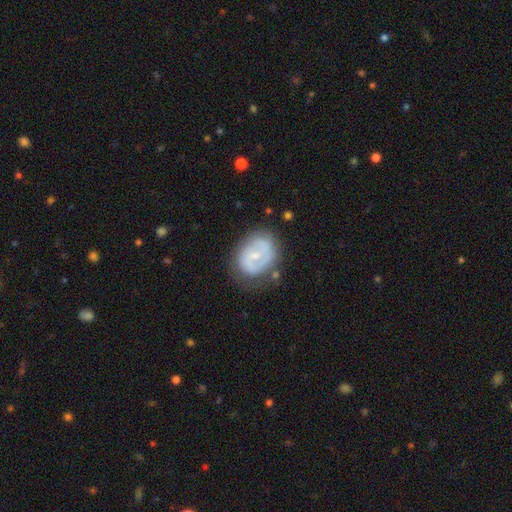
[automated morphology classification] Overall: featured or disk (62%; smooth 31%). Edge-on disk: no (97%). Bar: no (52%; weak 39%). Spiral arms: yes (66%; no 34%). Bulge size: small (61%; moderate 31%). Merging: none (68%).